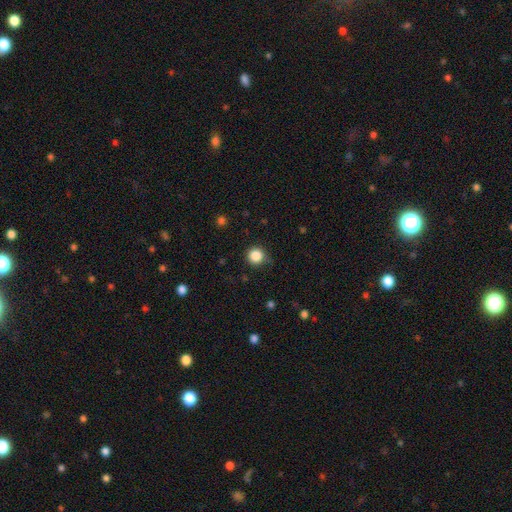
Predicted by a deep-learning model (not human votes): This appears to be a smooth galaxy with no disk features (85%) that is round (95%). Merging: none (83%).